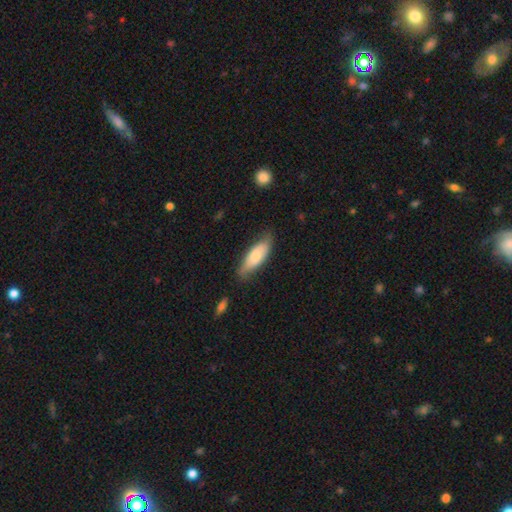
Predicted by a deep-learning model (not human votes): smooth-or-featured: smooth: 71% | featured or disk: 23% | star or artifact: 6%
  how-rounded: in between: 70% | cigar-shaped: 29% | round: 2%
  merging: none: 68% | minor disturbance: 25% | major disturbance: 5% | merger: 2%